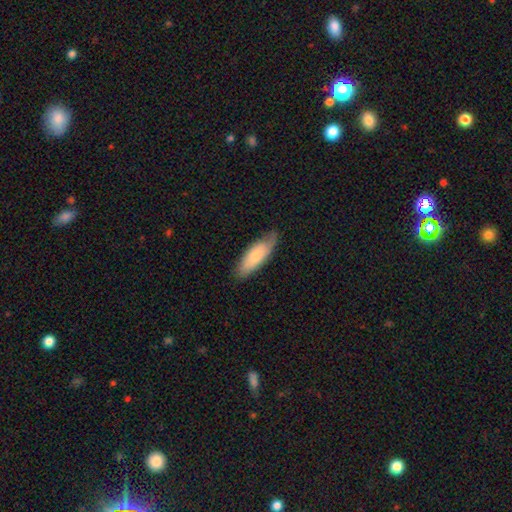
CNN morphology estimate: type=smooth (72%); roundness=in between (60%); merging=none (73%).